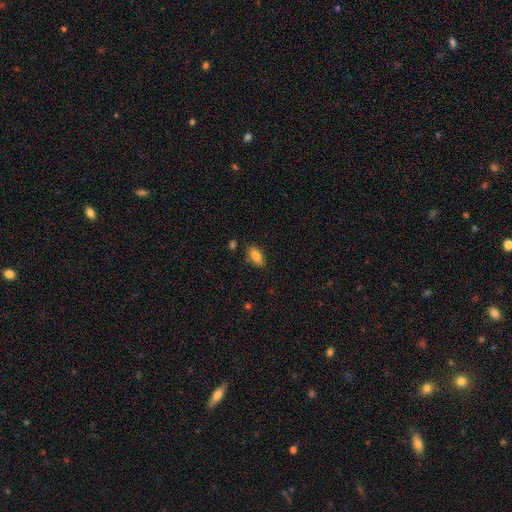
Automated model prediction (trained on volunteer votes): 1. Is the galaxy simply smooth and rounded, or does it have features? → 83% smooth, 10% featured or disk, 8% star or artifact.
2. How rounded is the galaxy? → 89% in between, 7% cigar-shaped, 4% round.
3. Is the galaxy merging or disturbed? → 79% none, 14% minor disturbance, 3% merger, 3% major disturbance.